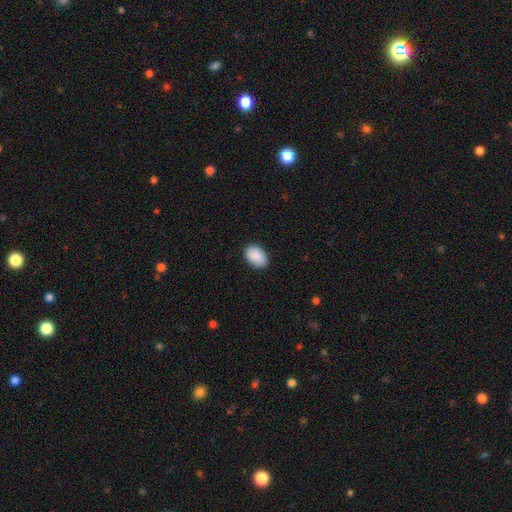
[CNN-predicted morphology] This appears to be a smooth galaxy with no disk features (91%) that is in between round and cigar-shaped (88%). Merging: none (88%).